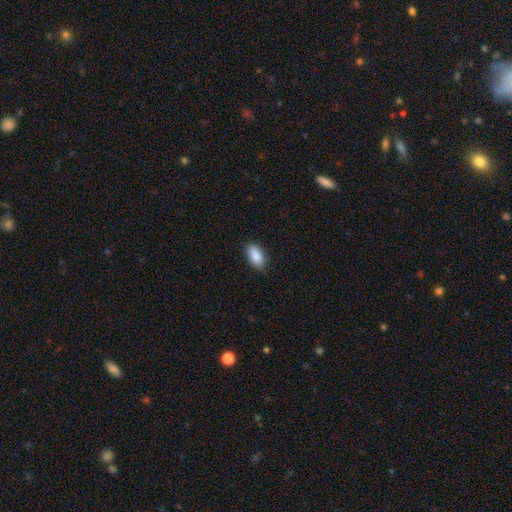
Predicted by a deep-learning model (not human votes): Smooth or featured? smooth (89%)
How rounded? in between (93%)
Merging? none (85%)